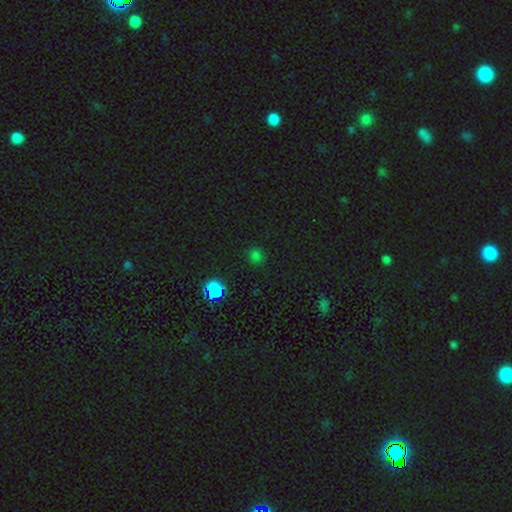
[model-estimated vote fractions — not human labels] Smooth or featured? smooth (66%)
How rounded? round (86%)
Merging? none (87%)